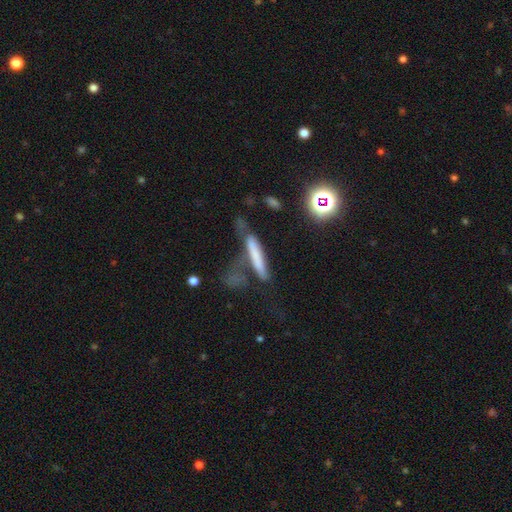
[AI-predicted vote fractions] smooth_or_featured: smooth (p=0.59) [alt: featured or disk p=0.28]
how_rounded: cigar-shaped (p=0.87) [alt: in between p=0.10]
merging: none (p=0.39) [alt: major disturbance p=0.24]